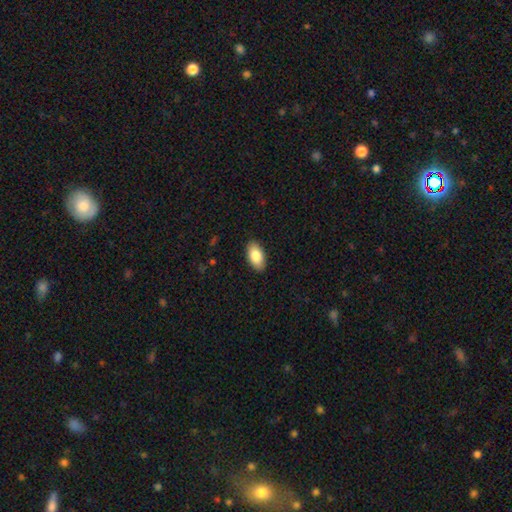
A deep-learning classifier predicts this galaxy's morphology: A smooth galaxy with no disk features (85%) that is in between round and cigar-shaped (94%).

Vote fractions:
- Smooth or featured? smooth: 85% / featured or disk: 9% / star or artifact: 6%
- How rounded? in between: 94% / cigar-shaped: 3% / round: 3%
- Merging? none: 89% / minor disturbance: 8% / major disturbance: 2% / merger: 1%